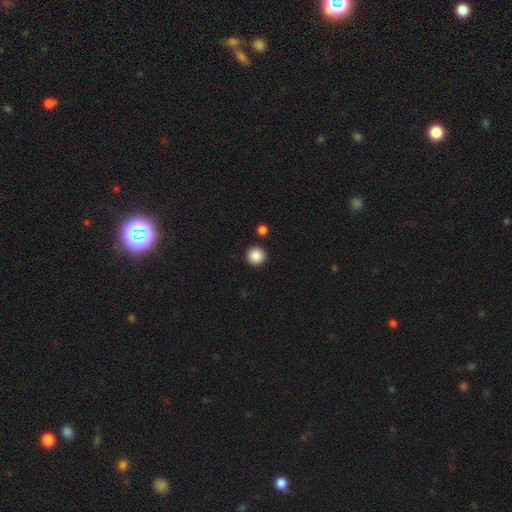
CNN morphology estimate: A smooth galaxy with no disk features (88%) that is round (96%).

Vote fractions:
- Smooth or featured? smooth: 88% / star or artifact: 9% / featured or disk: 3%
- How rounded? round: 96% / in between: 3% / cigar-shaped: 1%
- Merging? none: 92% / minor disturbance: 4% / merger: 2% / major disturbance: 2%